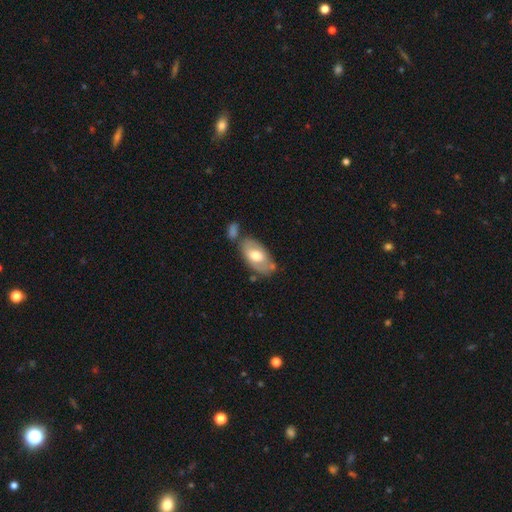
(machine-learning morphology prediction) Smooth or featured?
  - smooth: 56% *
  - featured or disk: 38%
  - star or artifact: 5%
How rounded?
  - in between: 93% *
  - round: 4%
  - cigar-shaped: 3%
Merging?
  - none: 55% *
  - minor disturbance: 20%
  - merger: 19%
  - major disturbance: 6%